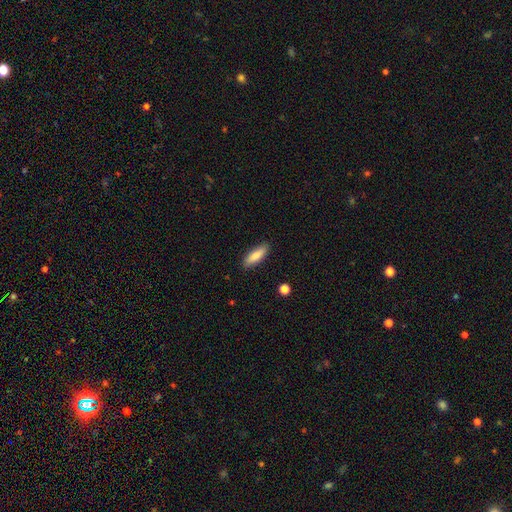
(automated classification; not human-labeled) Smooth or featured: smooth — 83% (featured or disk — 11%)
How rounded: cigar-shaped — 52% (in between — 46%)
Merging: none — 87% (minor disturbance — 10%)